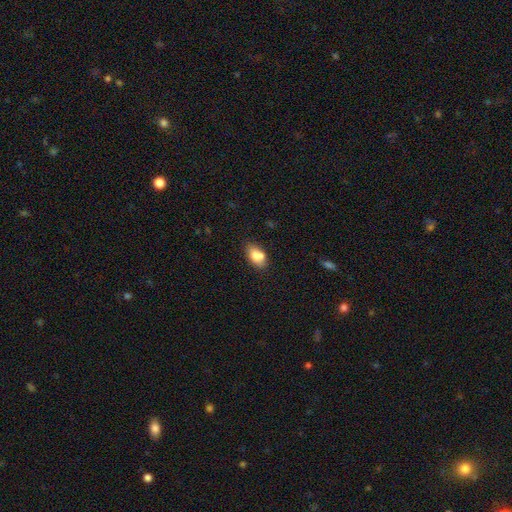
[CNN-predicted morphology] A smooth galaxy with no disk features (79%) that is in between round and cigar-shaped (85%).

Vote fractions:
- Smooth or featured? smooth: 79% / featured or disk: 12% / star or artifact: 9%
- How rounded? in between: 85% / round: 12% / cigar-shaped: 3%
- Merging? none: 58% / minor disturbance: 20% / merger: 18% / major disturbance: 5%